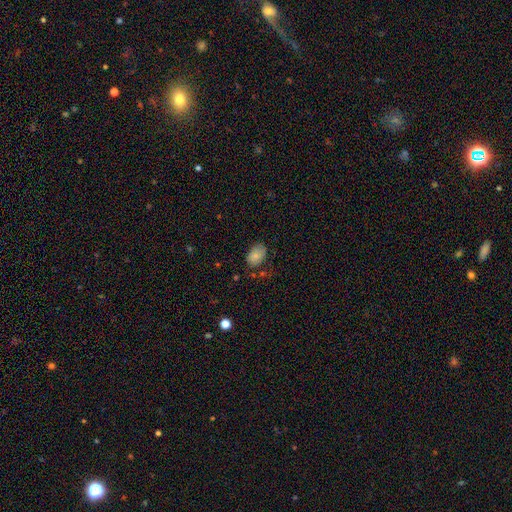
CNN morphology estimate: smooth 82%, featured or disk 10%, star or artifact 8%. Down the decision tree: how rounded — in between (86%); merging — none (64%).